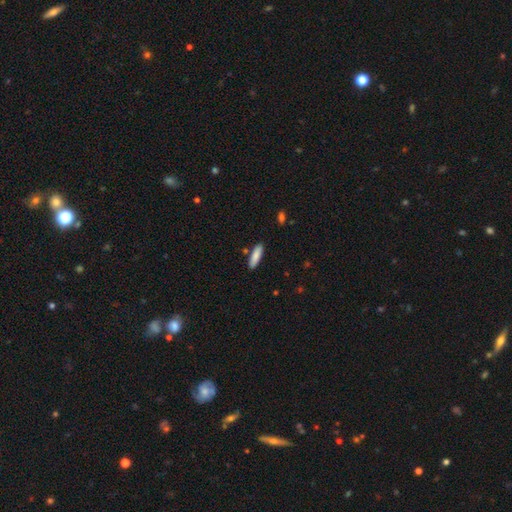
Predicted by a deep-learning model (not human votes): Overall: smooth (86%). How rounded: cigar-shaped (61%; in between 37%). Merging: none (86%).